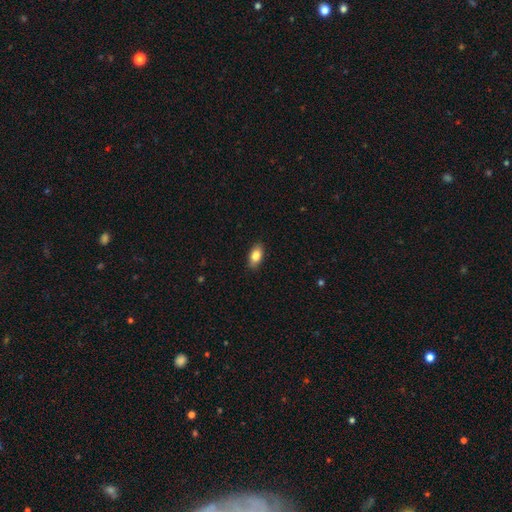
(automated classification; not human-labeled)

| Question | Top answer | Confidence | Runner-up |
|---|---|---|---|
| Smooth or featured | smooth | 83% | featured or disk (10%) |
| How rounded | in between | 90% | round (5%) |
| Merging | none | 87% | minor disturbance (10%) |